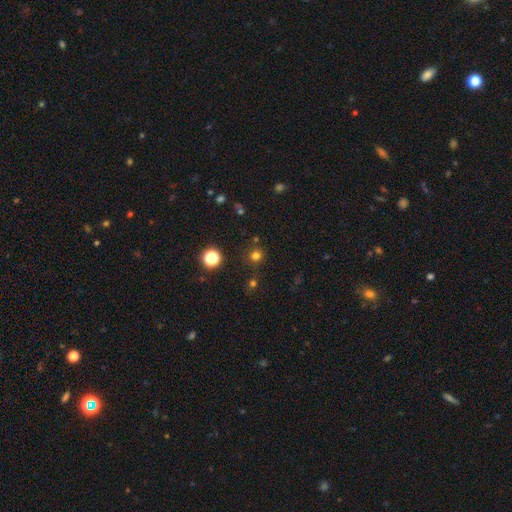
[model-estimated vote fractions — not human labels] Q: Smooth or featured?
A: smooth (70%); runner-up: star or artifact (25%)
Q: How rounded?
A: round (93%); runner-up: in between (6%)
Q: Merging?
A: none (84%); runner-up: minor disturbance (8%)